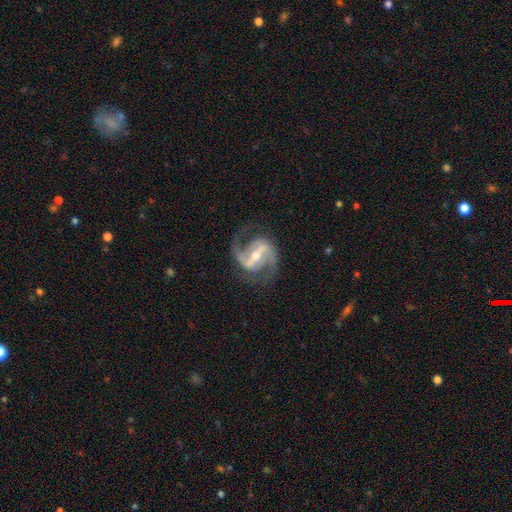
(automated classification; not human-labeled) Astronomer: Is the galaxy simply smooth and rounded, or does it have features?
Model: featured or disk — 92%.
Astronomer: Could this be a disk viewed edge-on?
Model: no — 97%.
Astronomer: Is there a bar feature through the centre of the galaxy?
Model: strong — 64%.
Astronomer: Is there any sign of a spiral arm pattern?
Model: yes — 98%.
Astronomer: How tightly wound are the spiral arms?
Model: medium — 57%.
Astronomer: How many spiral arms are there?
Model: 2 — 93%.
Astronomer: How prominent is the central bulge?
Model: moderate — 50% (runner-up: small, 45%).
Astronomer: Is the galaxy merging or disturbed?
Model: none — 77%.